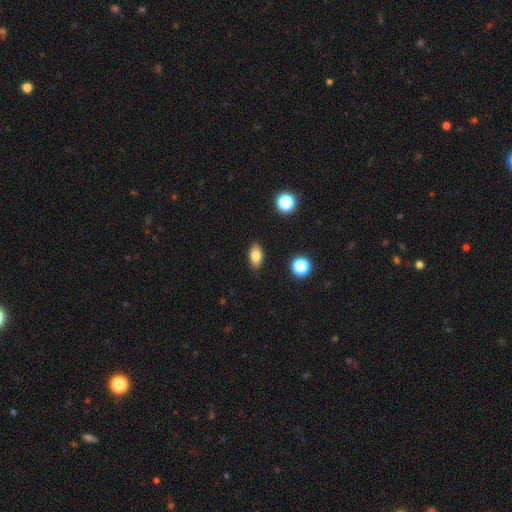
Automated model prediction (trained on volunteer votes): A smooth galaxy with no disk features (80%) that is in between round and cigar-shaped (87%). Merging: none (86%).